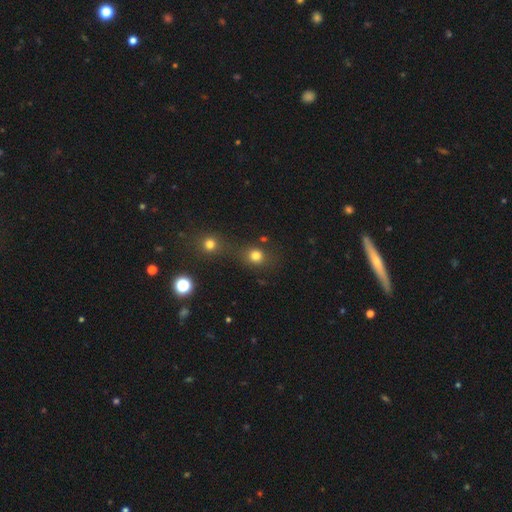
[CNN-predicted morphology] type=smooth (77%); roundness=round (82%); merging=none (60%).